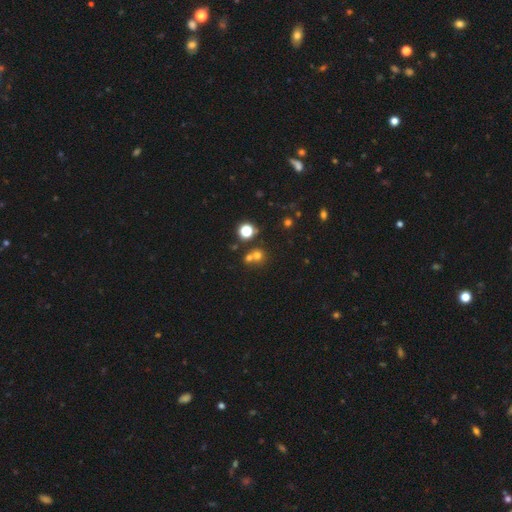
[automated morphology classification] This is likely a smooth galaxy (65%). How rounded: clearly round (86%). Merging: possibly none (50%).